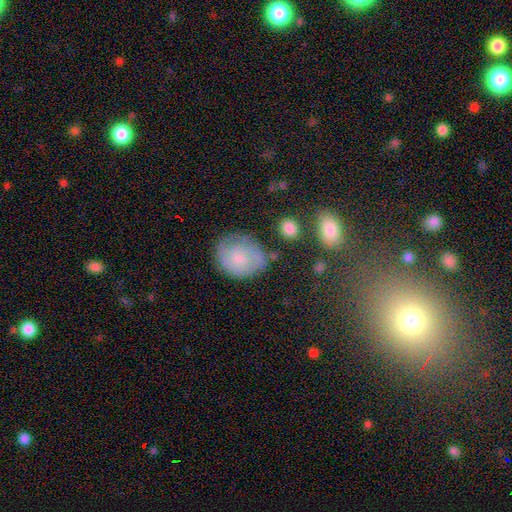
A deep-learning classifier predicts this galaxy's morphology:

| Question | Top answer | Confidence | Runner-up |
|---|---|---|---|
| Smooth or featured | smooth | 49% | featured or disk (43%) |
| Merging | none | 64% | minor disturbance (24%) |